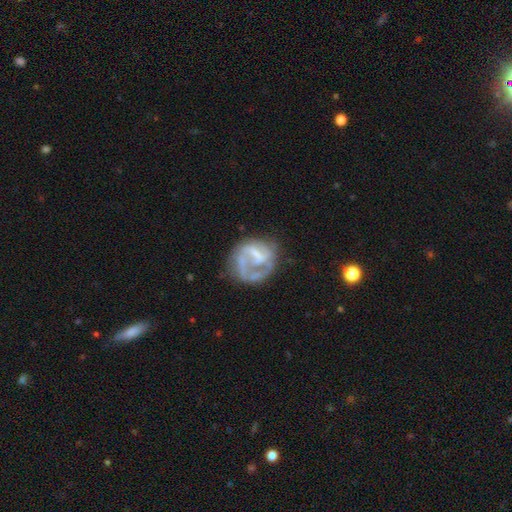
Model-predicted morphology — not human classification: smooth-or-featured: featured or disk: 70% | smooth: 22% | star or artifact: 9%
  disk-edge-on: no: 98% | yes: 2%
    bar: weak: 41% | no: 37% | strong: 22%
    has-spiral-arms: yes: 59% | no: 41%
    bulge-size: none: 51% | small: 26% | moderate: 18% | large: 4% | dominant: 1%
  merging: none: 42% | major disturbance: 33% | minor disturbance: 21% | merger: 4%